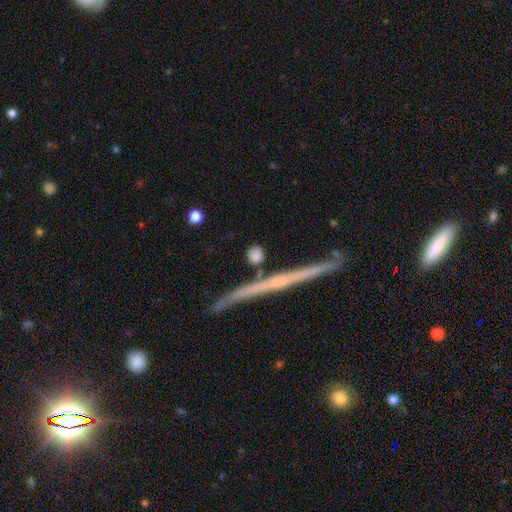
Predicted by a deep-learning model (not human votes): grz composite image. It shows a smooth galaxy with no disk features (78%) that is round (77%). Merging: none (82%).